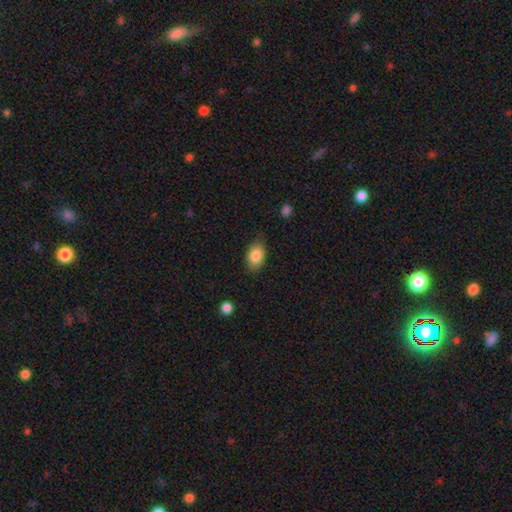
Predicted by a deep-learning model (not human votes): Smooth or featured? Predicted: smooth (p=0.85). How rounded? Predicted: in between (p=0.89). Merging? Predicted: none (p=0.80).